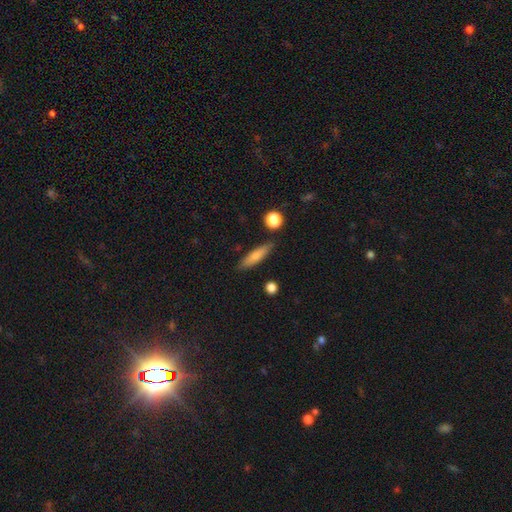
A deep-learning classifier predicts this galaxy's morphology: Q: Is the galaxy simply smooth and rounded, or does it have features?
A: smooth — 71%.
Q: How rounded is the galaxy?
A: cigar-shaped — 77%.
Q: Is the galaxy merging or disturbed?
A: none — 83%.